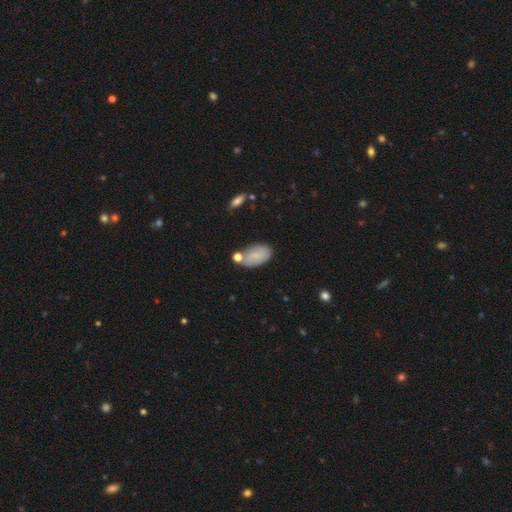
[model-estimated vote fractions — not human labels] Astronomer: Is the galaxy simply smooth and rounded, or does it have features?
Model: smooth — 68%.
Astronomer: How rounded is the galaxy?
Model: in between — 92%.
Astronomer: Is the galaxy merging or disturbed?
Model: none — 62%.